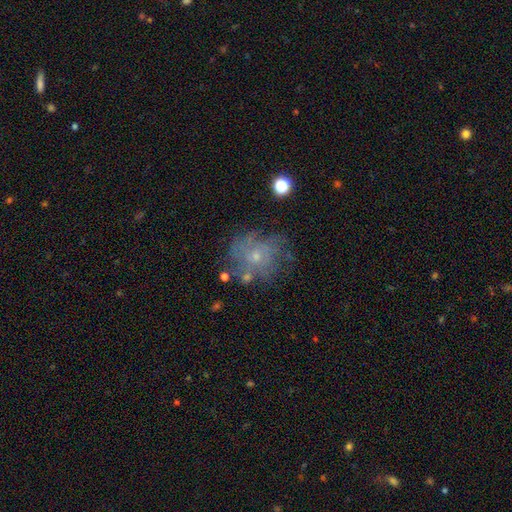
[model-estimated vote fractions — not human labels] Q: Smooth or featured?
A: featured or disk (59%); runner-up: smooth (27%)
Q: Edge-on disk?
A: no (97%); runner-up: yes (3%)
Q: Bar?
A: no (84%); runner-up: weak (14%)
Q: Spiral arms?
A: yes (67%); runner-up: no (33%)
Q: Bulge size?
A: small (71%); runner-up: moderate (23%)
Q: Merging?
A: none (58%); runner-up: minor disturbance (22%)